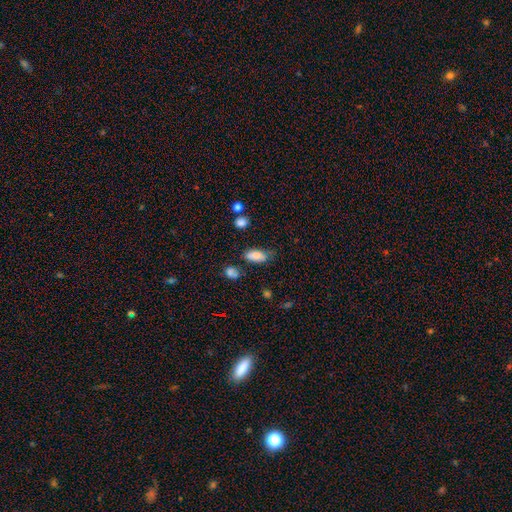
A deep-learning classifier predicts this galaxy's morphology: smooth 81%, featured or disk 11%, star or artifact 9%. Down the decision tree: how rounded — in between (88%); merging — none (61%).